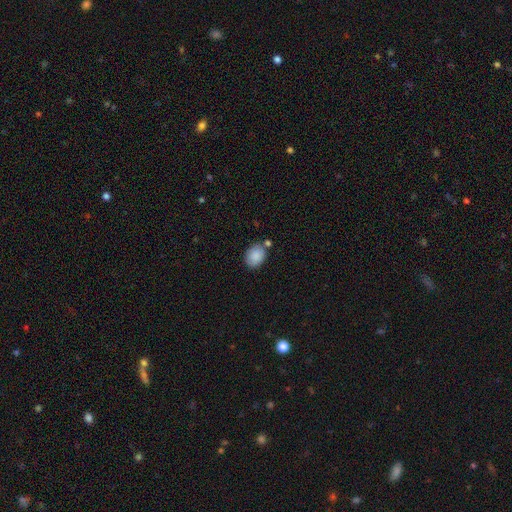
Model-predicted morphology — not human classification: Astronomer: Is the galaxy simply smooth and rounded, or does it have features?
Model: smooth — 88%.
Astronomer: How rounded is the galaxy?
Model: in between — 70%.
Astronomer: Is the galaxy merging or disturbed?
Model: none — 71%.